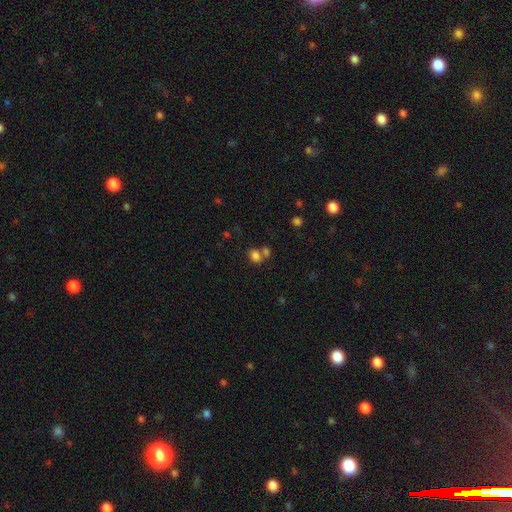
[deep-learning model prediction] Smooth or featured?
  - smooth: 79% *
  - star or artifact: 13%
  - featured or disk: 7%
How rounded?
  - in between: 58% *
  - round: 41%
  - cigar-shaped: 1%
Merging?
  - none: 46% *
  - merger: 40%
  - minor disturbance: 10%
  - major disturbance: 5%